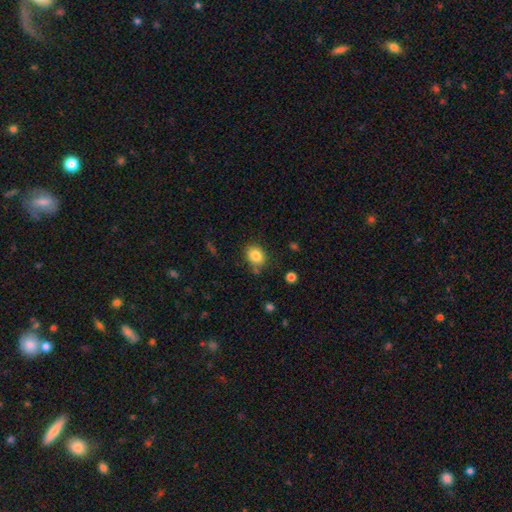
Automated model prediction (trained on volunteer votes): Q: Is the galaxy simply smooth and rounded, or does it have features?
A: smooth — 84%.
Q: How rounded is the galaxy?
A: round — 50%.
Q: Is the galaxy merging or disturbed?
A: none — 78%.